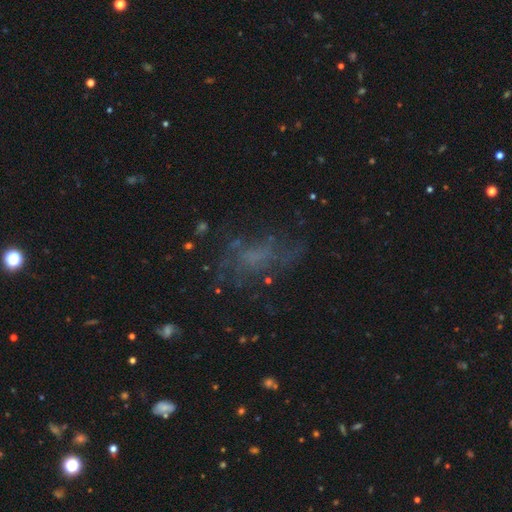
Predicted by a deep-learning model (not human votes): Smooth or featured?
  - featured or disk: 43% *
  - smooth: 30%
  - star or artifact: 27%
Merging?
  - none: 56% *
  - major disturbance: 22%
  - minor disturbance: 18%
  - merger: 3%